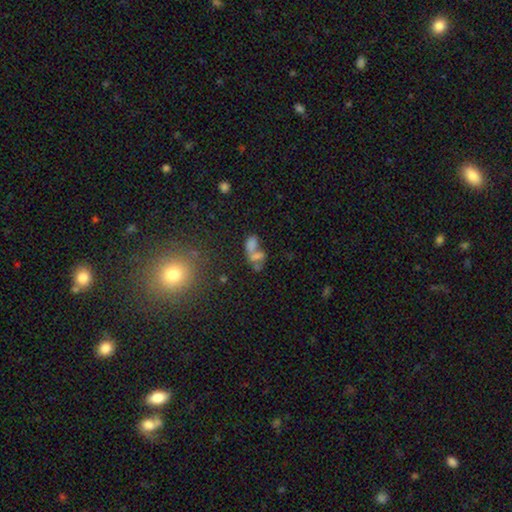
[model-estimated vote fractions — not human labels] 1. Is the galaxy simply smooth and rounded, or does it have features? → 50% smooth, 30% star or artifact, 20% featured or disk.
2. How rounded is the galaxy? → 61% in between, 33% round, 7% cigar-shaped.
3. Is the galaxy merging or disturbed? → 45% none, 32% merger, 12% minor disturbance, 11% major disturbance.